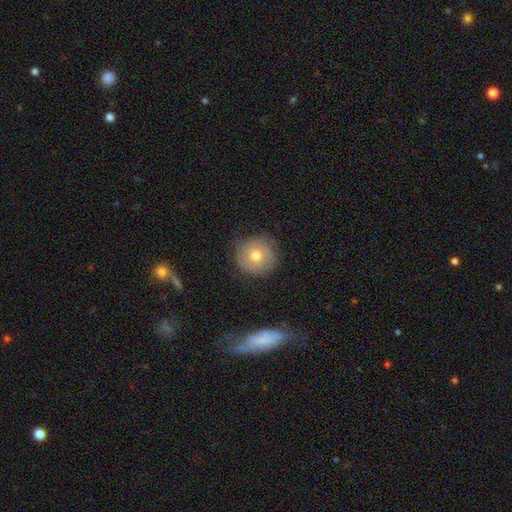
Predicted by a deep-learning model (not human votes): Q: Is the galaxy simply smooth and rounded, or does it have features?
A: smooth — 65%.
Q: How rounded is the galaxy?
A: round — 93%.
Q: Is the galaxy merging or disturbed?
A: none — 77%.